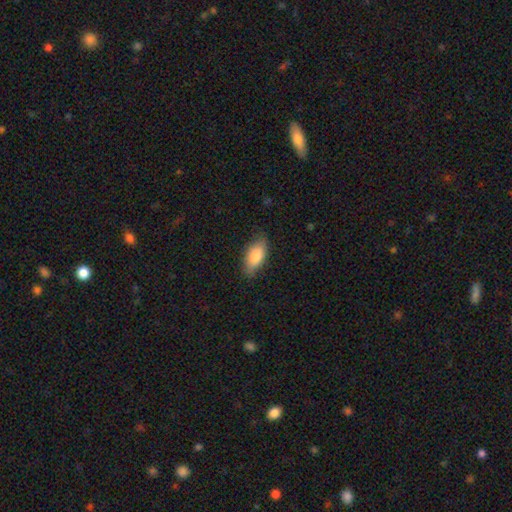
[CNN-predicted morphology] Smooth or featured: smooth — 81% (featured or disk — 12%)
How rounded: in between — 87% (cigar-shaped — 10%)
Merging: none — 79% (minor disturbance — 17%)